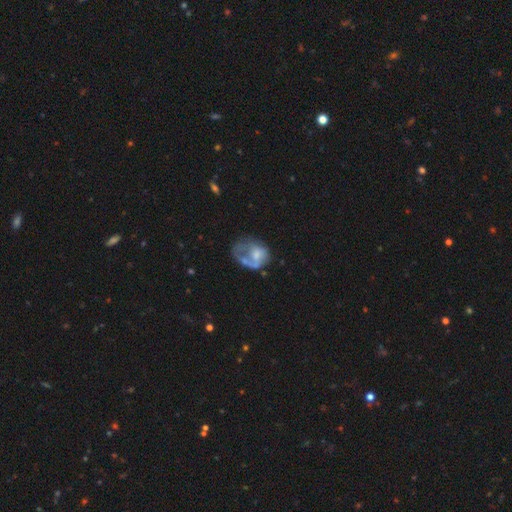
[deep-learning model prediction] A featured or disk galaxy (48%). Merging: major disturbance (45%).